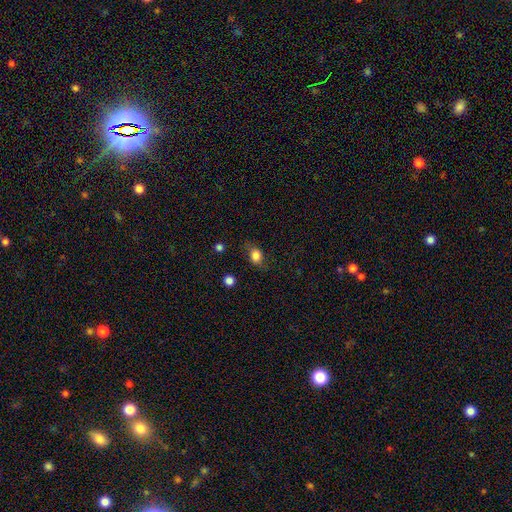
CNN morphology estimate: type=smooth (81%); roundness=in between (57%); merging=none (69%).